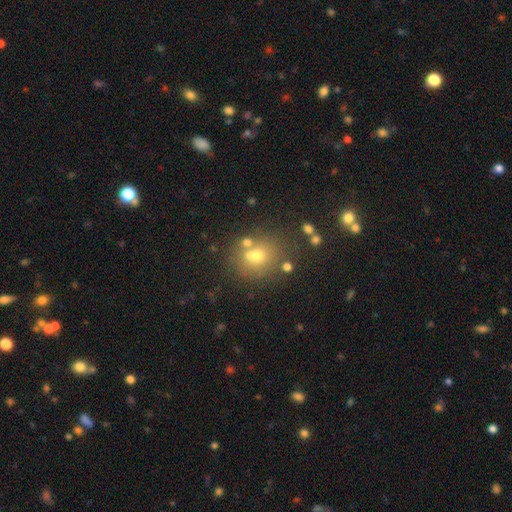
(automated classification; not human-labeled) Overall: smooth (62%). How rounded: round (71%). Merging: none (60%; merger 21%).